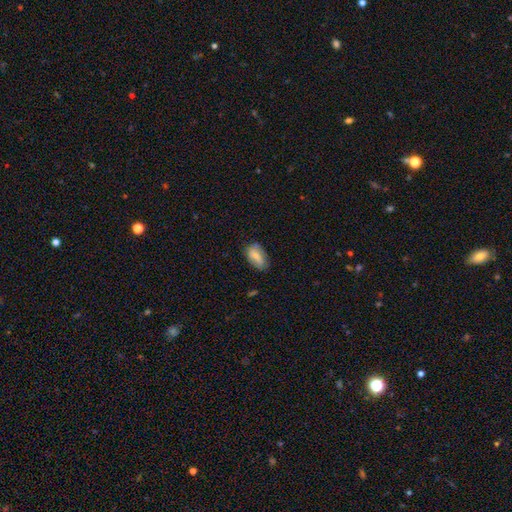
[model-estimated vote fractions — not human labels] Smooth or featured: smooth — 75% (featured or disk — 18%)
How rounded: in between — 91% (cigar-shaped — 5%)
Merging: none — 71% (minor disturbance — 23%)